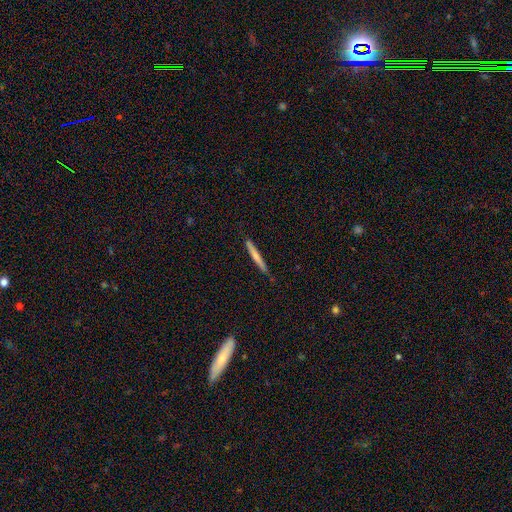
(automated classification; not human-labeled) Smooth or featured? Predicted: smooth (p=0.67). How rounded? Predicted: cigar-shaped (p=0.96). Merging? Predicted: none (p=0.82).